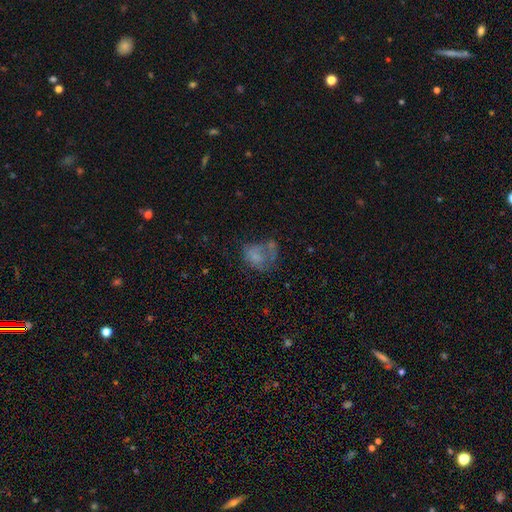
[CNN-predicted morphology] A smooth galaxy with no disk features (54%) that is in between round and cigar-shaped (50%).

Vote fractions:
- Smooth or featured? smooth: 54% / featured or disk: 32% / star or artifact: 14%
- How rounded? in between: 50% / round: 49% / cigar-shaped: 1%
- Merging? major disturbance: 33% / none: 30% / minor disturbance: 21% / merger: 16%